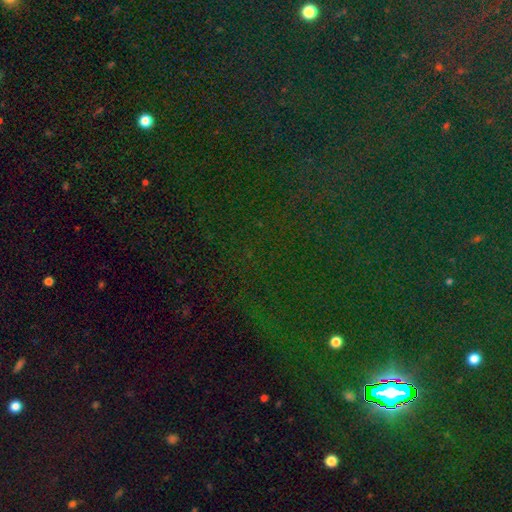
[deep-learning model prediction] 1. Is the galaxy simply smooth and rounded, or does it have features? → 84% star or artifact, 9% smooth, 7% featured or disk.